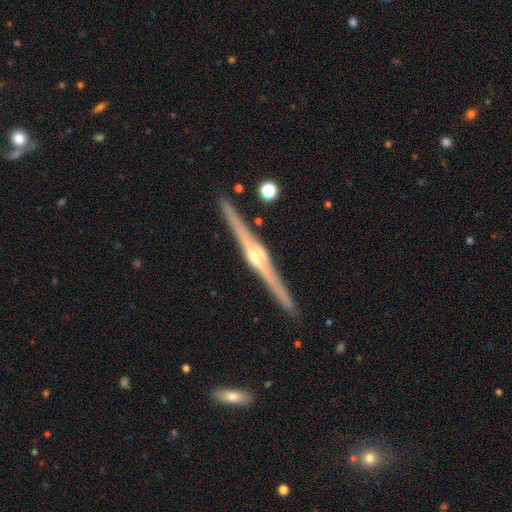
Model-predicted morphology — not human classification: smooth-or-featured: featured or disk: 88% | smooth: 7% | star or artifact: 5%
  disk-edge-on: yes: 99% | no: 1%
    edge-on-bulge: rounded: 83% | boxy: 12% | none: 5%
  merging: none: 92% | minor disturbance: 5% | merger: 1% | major disturbance: 1%